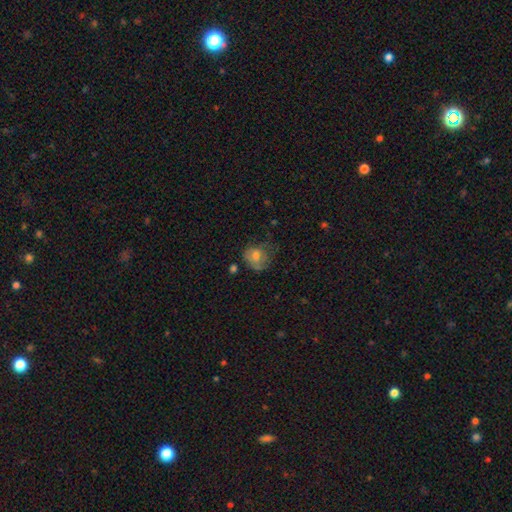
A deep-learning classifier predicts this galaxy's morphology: Smooth or featured: smooth — 67% (featured or disk — 22%)
How rounded: round — 72% (in between — 28%)
Merging: none — 46% (minor disturbance — 30%)